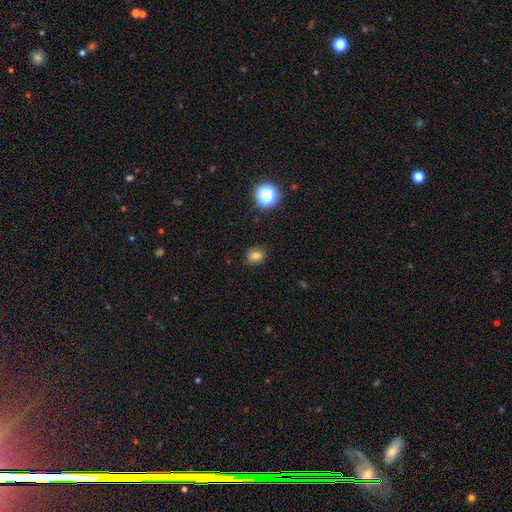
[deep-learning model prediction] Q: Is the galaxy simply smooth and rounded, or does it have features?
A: smooth — 76%.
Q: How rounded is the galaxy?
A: round — 60%.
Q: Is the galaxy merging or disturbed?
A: none — 83%.